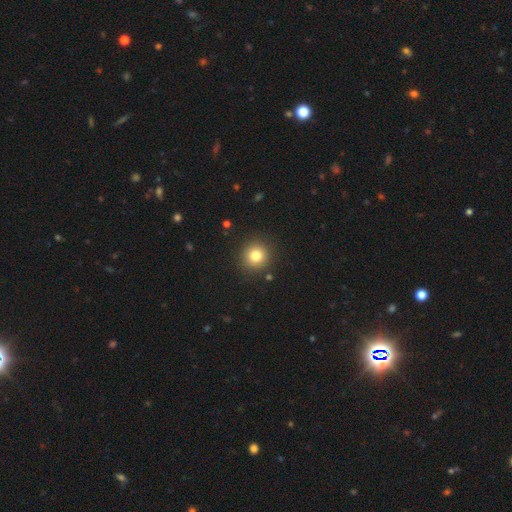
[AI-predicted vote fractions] Smooth or featured? smooth (81%)
How rounded? round (92%)
Merging? none (90%)